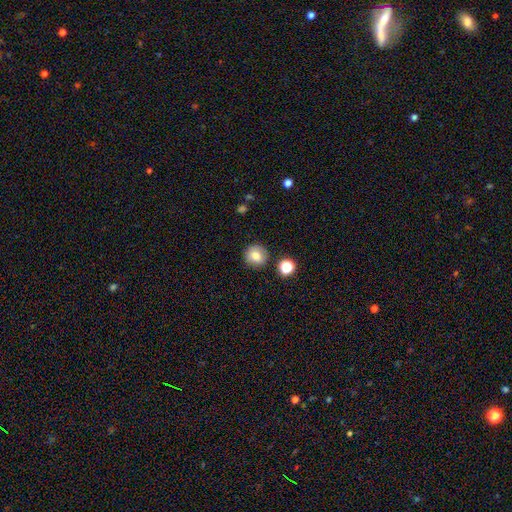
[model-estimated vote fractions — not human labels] smooth-or-featured: smooth: 77% | featured or disk: 13% | star or artifact: 11%
  how-rounded: round: 91% | in between: 8% | cigar-shaped: 1%
  merging: none: 84% | minor disturbance: 10% | merger: 4% | major disturbance: 3%